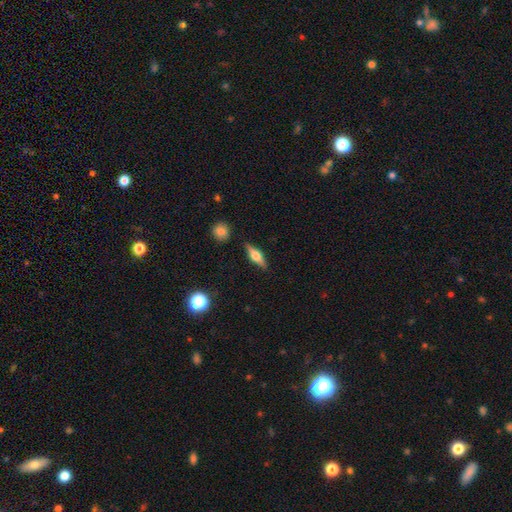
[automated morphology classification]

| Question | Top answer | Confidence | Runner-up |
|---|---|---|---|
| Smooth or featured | featured or disk | 56% | smooth (37%) |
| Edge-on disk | yes | 94% | no (6%) |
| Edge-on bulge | rounded | 91% | boxy (7%) |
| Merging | none | 87% | minor disturbance (9%) |